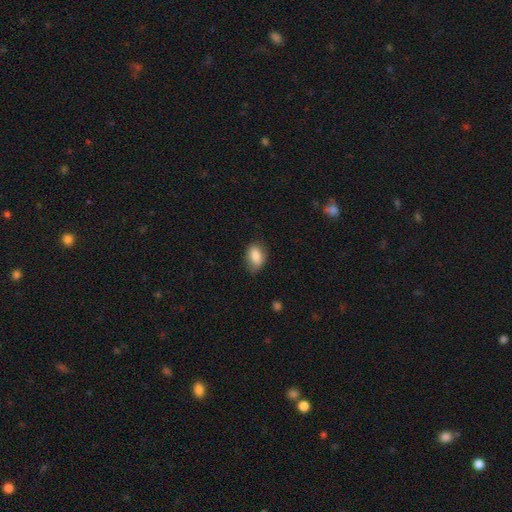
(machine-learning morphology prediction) type=smooth (83%); roundness=in between (84%); merging=none (69%).